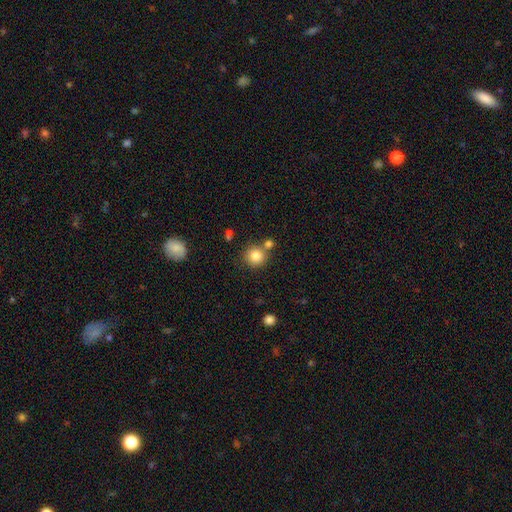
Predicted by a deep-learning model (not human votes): Morphology: type=smooth (83%); roundness=round (92%); merging=none (71%).